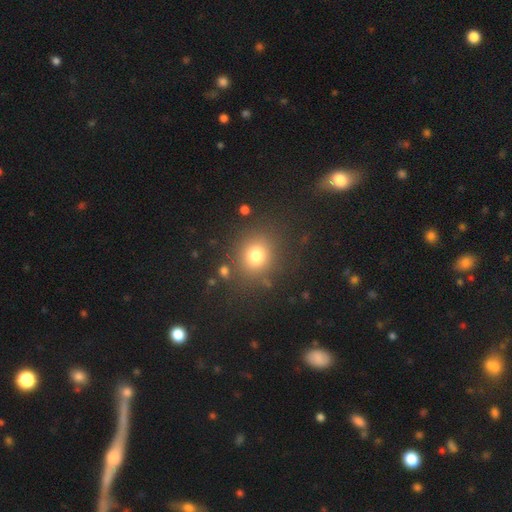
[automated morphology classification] Overall: smooth (76%). How rounded: round (82%). Merging: none (82%).